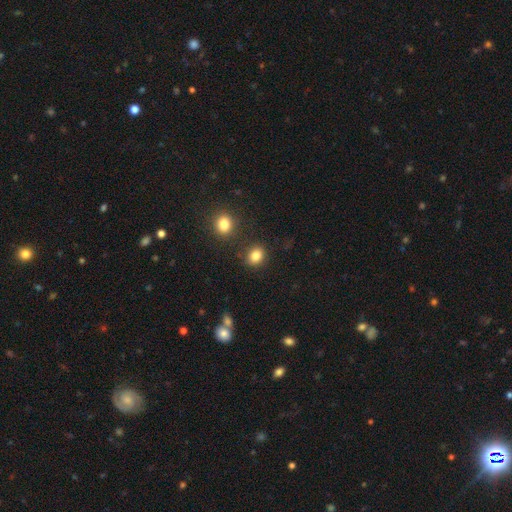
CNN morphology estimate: type=smooth (84%); roundness=round (54%); merging=none (81%).